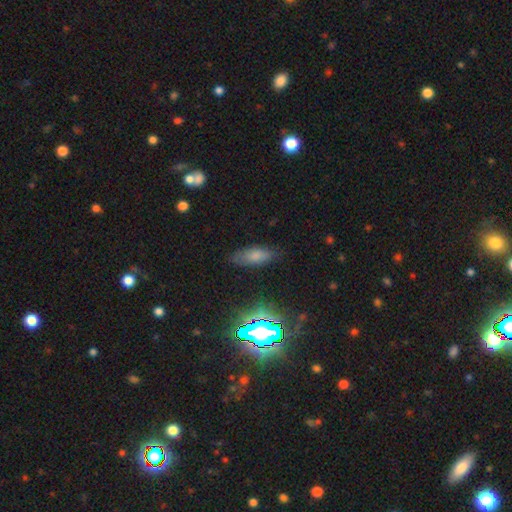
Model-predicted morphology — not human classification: The model was most divided on "smooth or featured": smooth: 71%, star or artifact: 16%, featured or disk: 14%. More confident: how rounded — in between (79%); merging — none (76%).